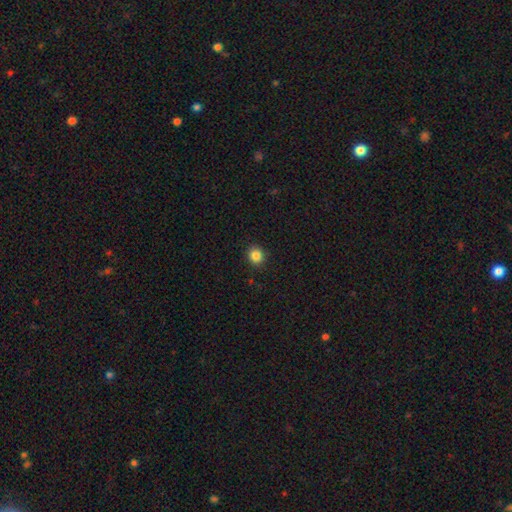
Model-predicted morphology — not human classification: smooth 85%, star or artifact 11%, featured or disk 4%. Down the decision tree: how rounded — round (85%); merging — none (91%).